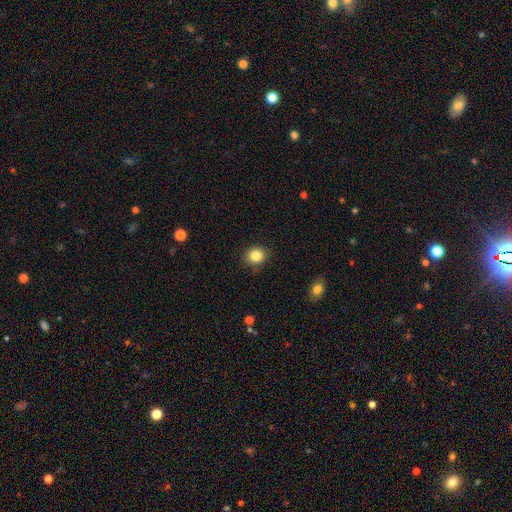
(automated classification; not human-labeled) The model was most divided on "how rounded": round: 78%, in between: 21%, cigar-shaped: 1%. More confident: merging — none (87%); smooth or featured — smooth (85%).